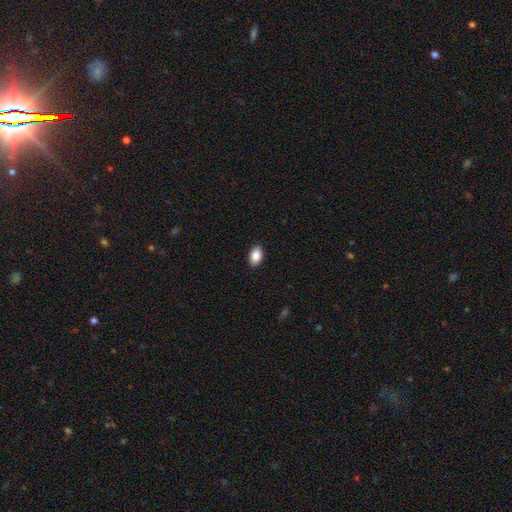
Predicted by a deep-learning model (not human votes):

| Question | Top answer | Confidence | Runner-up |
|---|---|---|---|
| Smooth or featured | smooth | 88% | star or artifact (7%) |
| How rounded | in between | 90% | round (9%) |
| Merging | none | 90% | minor disturbance (8%) |